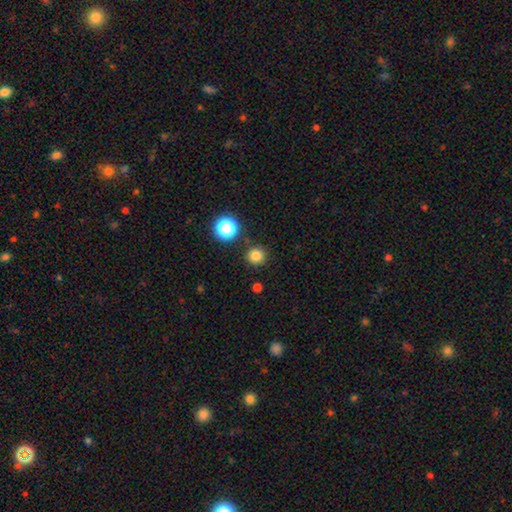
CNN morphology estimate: Overall: smooth (80%). How rounded: round (94%). Merging: none (87%).